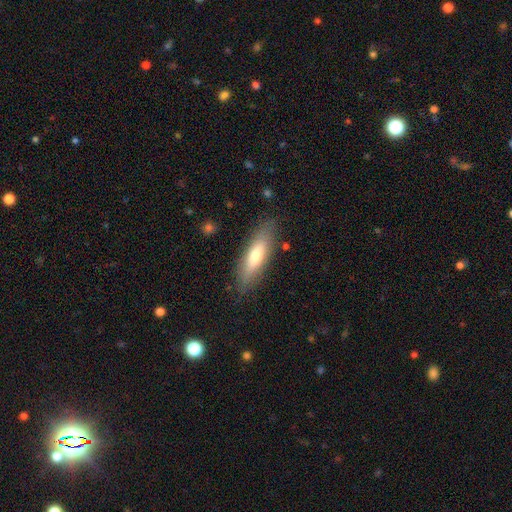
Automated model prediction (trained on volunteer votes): Morphology: type=smooth (68%); roundness=cigar-shaped (54%); merging=none (83%).